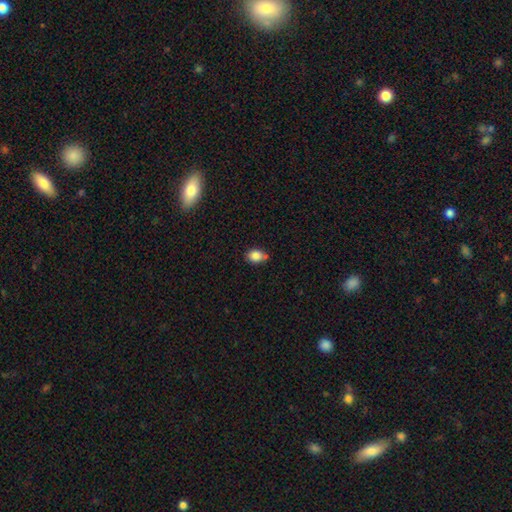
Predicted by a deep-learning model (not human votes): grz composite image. It shows a smooth galaxy with no disk features (85%) that is in between round and cigar-shaped (56%). Merging: none (59%).